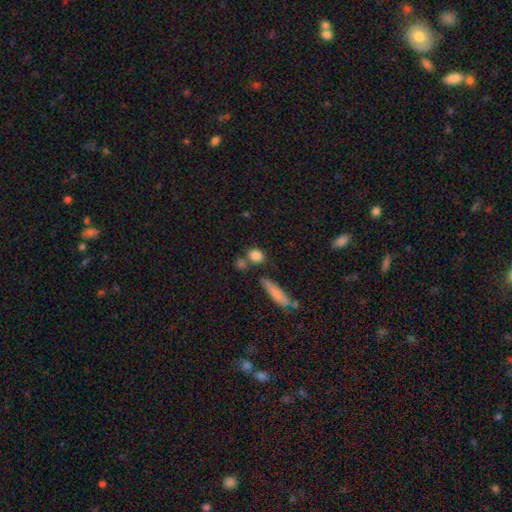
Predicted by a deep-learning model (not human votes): Smooth or featured: smooth — 83% (star or artifact — 9%)
How rounded: round — 49% (in between — 43%)
Merging: none — 67% (merger — 17%)